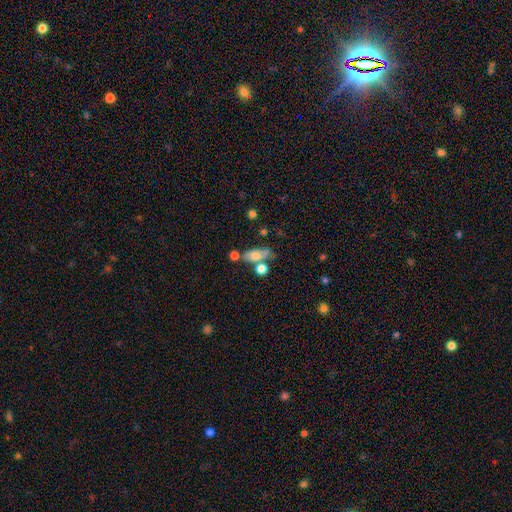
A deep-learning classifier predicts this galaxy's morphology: A smooth galaxy with no disk features (69%) that is in between round and cigar-shaped (72%). Merging: none (49%).